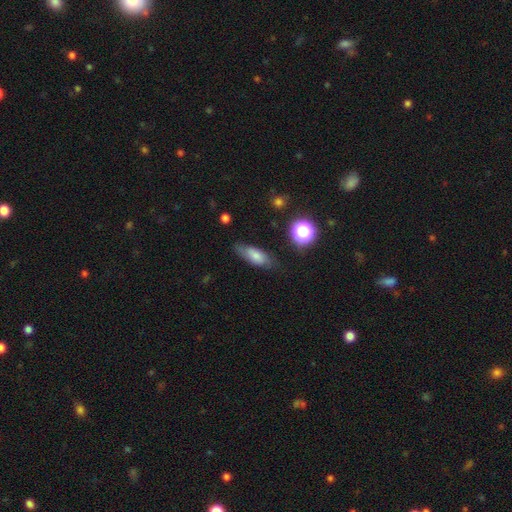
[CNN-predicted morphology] A smooth galaxy with no disk features (70%) that is in between round and cigar-shaped (72%). Merging: none (72%).